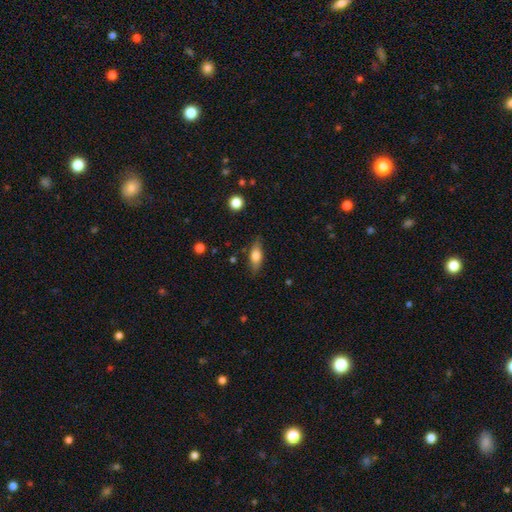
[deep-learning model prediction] This is likely a smooth galaxy (70%). How rounded: likely in between (72%). Merging: clearly none (82%).